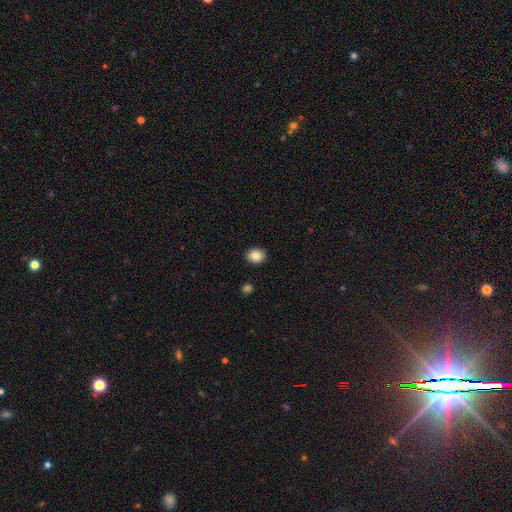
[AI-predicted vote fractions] smooth 85%, star or artifact 9%, featured or disk 7%. Down the decision tree: how rounded — round (55%); merging — none (91%).